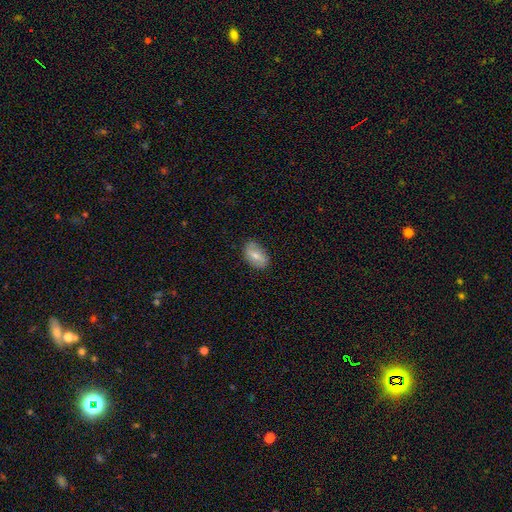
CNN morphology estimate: Overall: smooth (63%; featured or disk 30%). How rounded: in between (89%). Merging: none (78%).